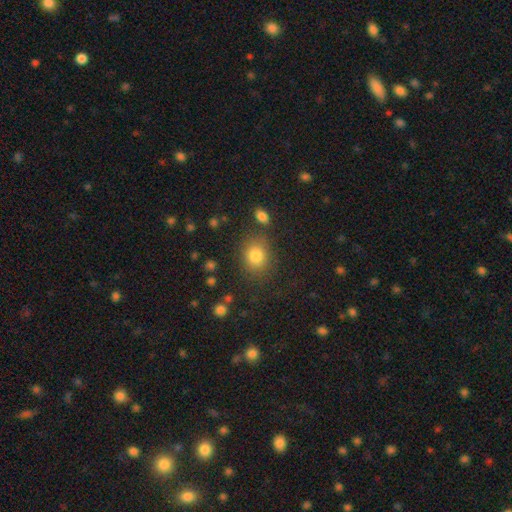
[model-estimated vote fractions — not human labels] Smooth or featured?
  - smooth: 81% *
  - star or artifact: 12%
  - featured or disk: 7%
How rounded?
  - round: 59% *
  - in between: 40%
  - cigar-shaped: 1%
Merging?
  - none: 79% *
  - minor disturbance: 12%
  - merger: 4%
  - major disturbance: 4%